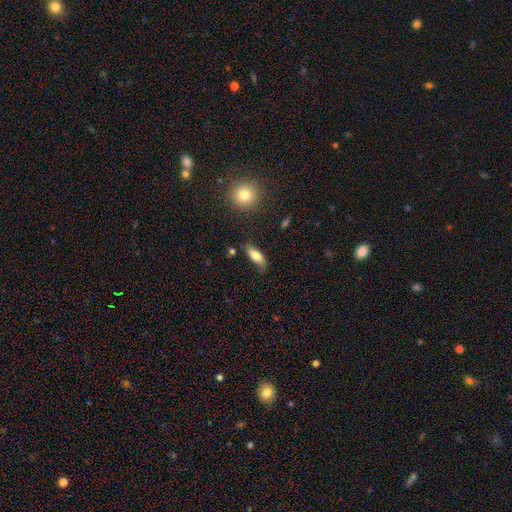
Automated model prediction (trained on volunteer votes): Smooth or featured? smooth (74%)
How rounded? in between (66%)
Merging? none (73%)